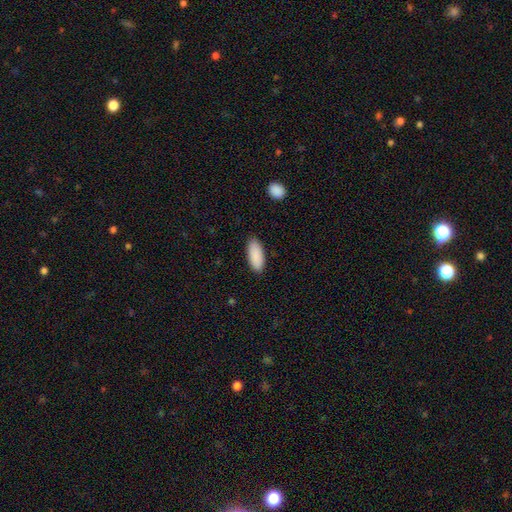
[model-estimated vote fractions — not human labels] A smooth galaxy with no disk features (90%) that is in between round and cigar-shaped (85%). Merging: none (88%).